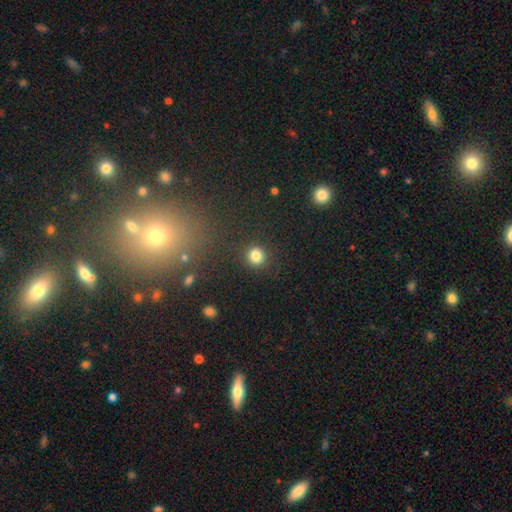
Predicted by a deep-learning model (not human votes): smooth_or_featured: smooth (p=0.83) [alt: star or artifact p=0.12]
how_rounded: round (p=0.87) [alt: in between p=0.12]
merging: none (p=0.89) [alt: minor disturbance p=0.07]